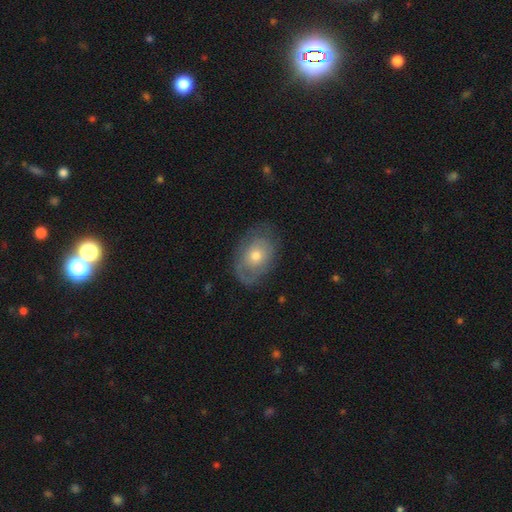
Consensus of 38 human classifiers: smooth-or-featured: featured or disk: 55% | smooth: 37% | star or artifact: 8%
  disk-edge-on: no: 90% | yes: 10%
    bar: no: 84% | weak: 11% | strong: 5%
    has-spiral-arms: yes: 74% | no: 26%
      spiral-winding: medium: 50% | tight: 36% | loose: 14%
      spiral-arm-count: can't tell: 64% | 2: 21% | 1: 14% | 3: 0% | 4: 0% | more than 4: 0%
    bulge-size: moderate: 63% | small: 37% | dominant: 0% | large: 0% | none: 0%
  merging: none: 51% | minor disturbance: 31% | major disturbance: 17% | merger: 0%